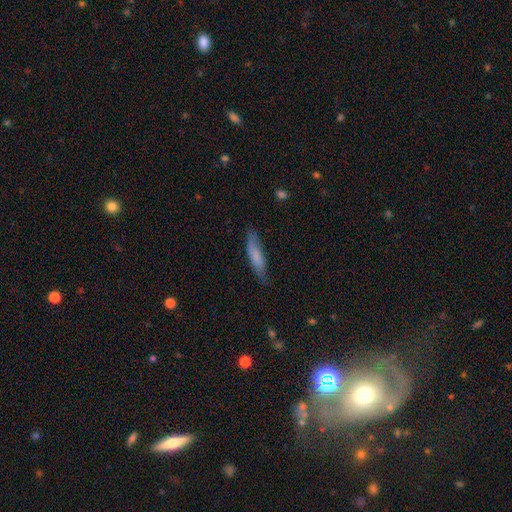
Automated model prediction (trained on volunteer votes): Smooth or featured?
  - smooth: 71% *
  - featured or disk: 23%
  - star or artifact: 6%
How rounded?
  - cigar-shaped: 81% *
  - in between: 18%
  - round: 1%
Merging?
  - none: 74% *
  - minor disturbance: 20%
  - major disturbance: 4%
  - merger: 2%